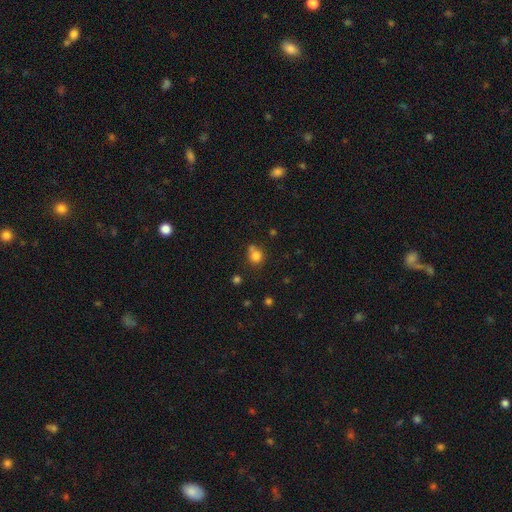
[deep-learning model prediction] Q: Smooth or featured?
A: smooth (79%); runner-up: star or artifact (13%)
Q: How rounded?
A: round (80%); runner-up: in between (19%)
Q: Merging?
A: none (51%); runner-up: merger (27%)